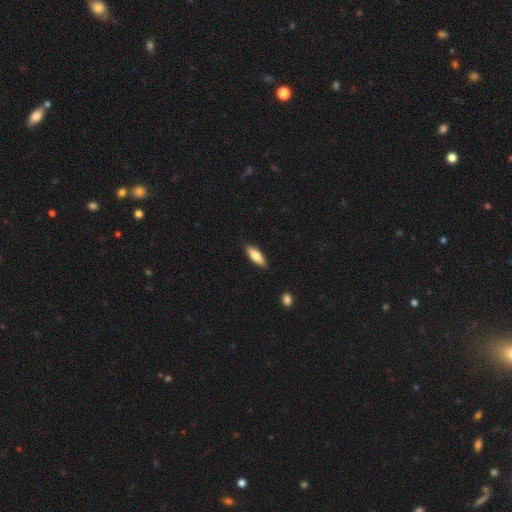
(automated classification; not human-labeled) Morphology: type=smooth (76%); roundness=in between (57%); merging=none (87%).